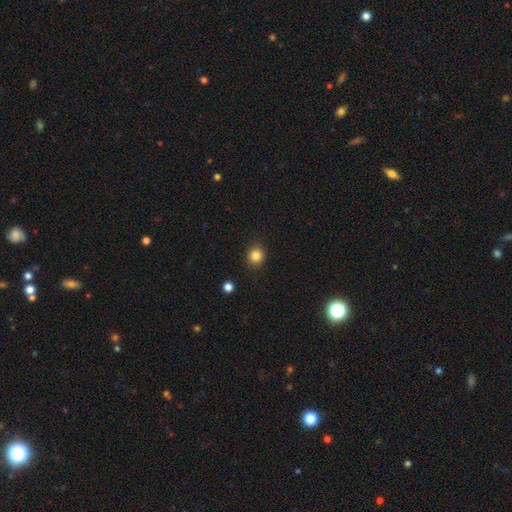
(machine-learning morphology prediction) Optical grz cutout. It shows a smooth galaxy with no disk features (84%) that is round (82%). Merging: none (89%).